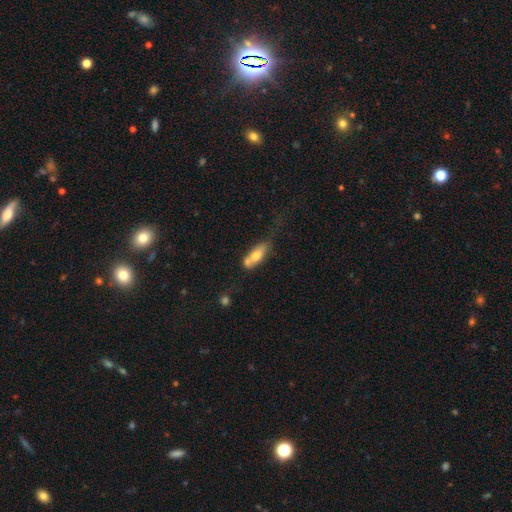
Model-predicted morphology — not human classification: type=smooth (64%); roundness=in between (68%); merging=merger (34%, tied with none).